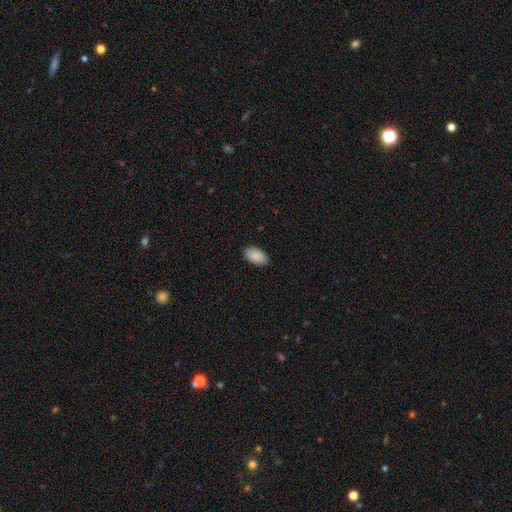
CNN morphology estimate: Smooth or featured? Predicted: smooth (p=0.90). How rounded? Predicted: in between (p=0.95). Merging? Predicted: none (p=0.88).